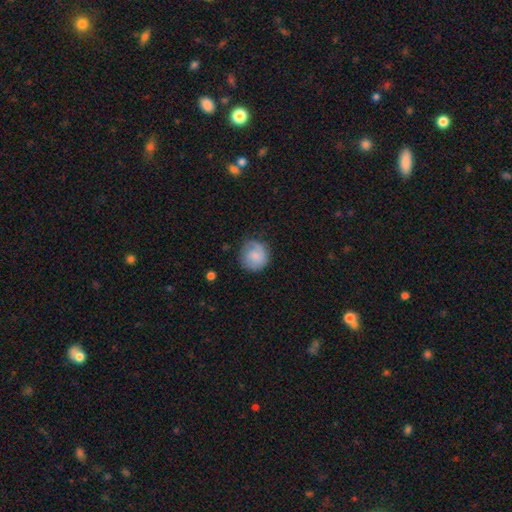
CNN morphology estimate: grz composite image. It shows a smooth galaxy with no disk features (71%) that is round (89%). Merging: none (70%).